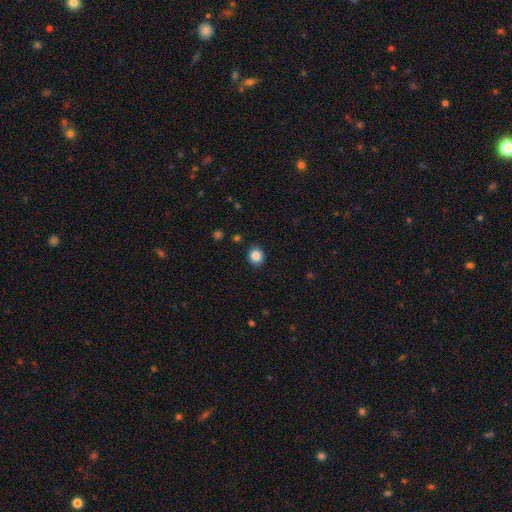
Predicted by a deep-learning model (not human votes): Morphology: type=smooth (84%); roundness=round (70%); merging=none (89%).